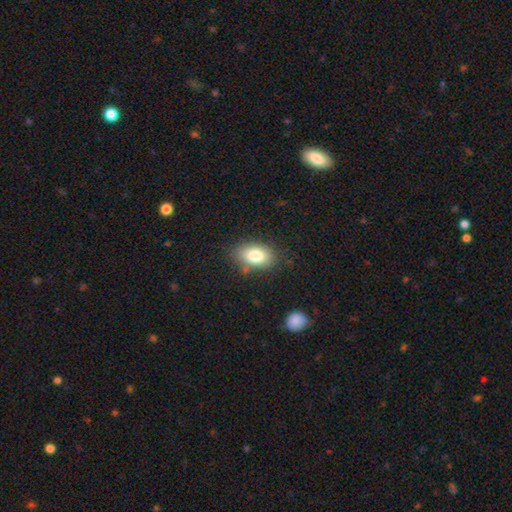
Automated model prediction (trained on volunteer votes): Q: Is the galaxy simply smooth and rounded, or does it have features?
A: smooth — 81%.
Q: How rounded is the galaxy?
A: in between — 88%.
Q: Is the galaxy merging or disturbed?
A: none — 80%.